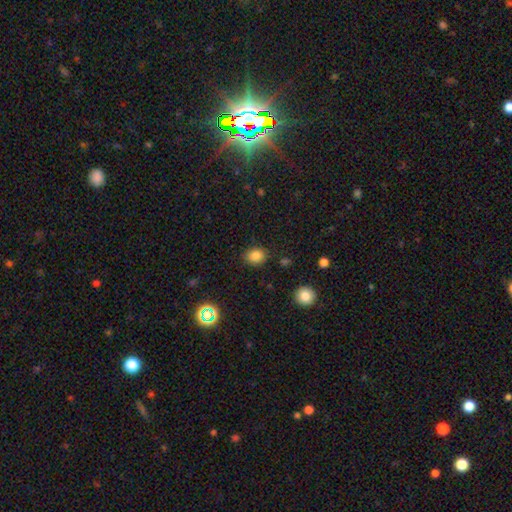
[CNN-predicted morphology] A smooth galaxy with no disk features (83%) that is round (50%).

Vote fractions:
- Smooth or featured? smooth: 83% / star or artifact: 13% / featured or disk: 5%
- How rounded? round: 50% / in between: 49% / cigar-shaped: 1%
- Merging? none: 85% / minor disturbance: 10% / major disturbance: 3% / merger: 2%